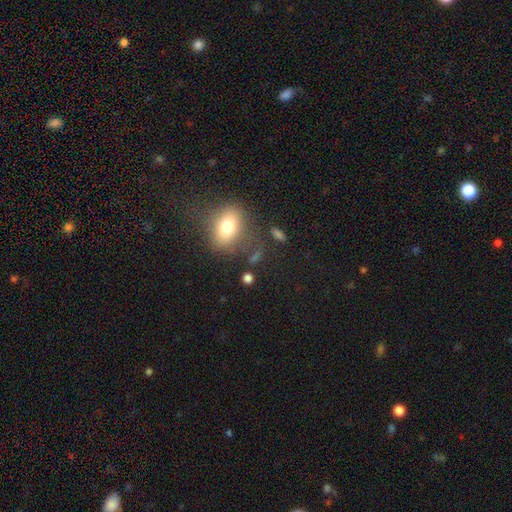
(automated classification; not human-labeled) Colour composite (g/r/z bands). It shows a smooth galaxy with no disk features (60%) that is in between round and cigar-shaped (61%). Merging: none (71%).